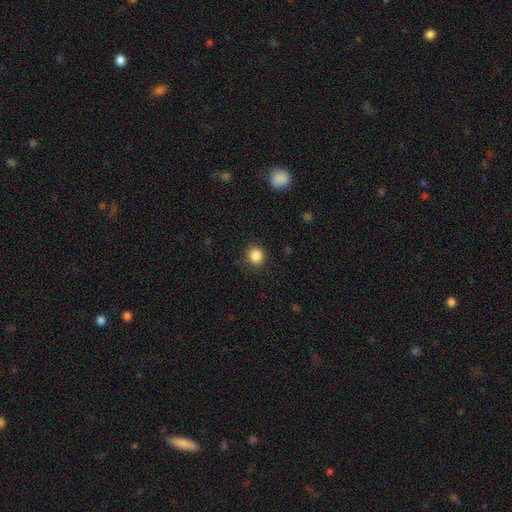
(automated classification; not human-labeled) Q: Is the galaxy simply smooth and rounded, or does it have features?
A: smooth — 86%.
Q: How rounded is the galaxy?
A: round — 91%.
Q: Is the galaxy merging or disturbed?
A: none — 88%.